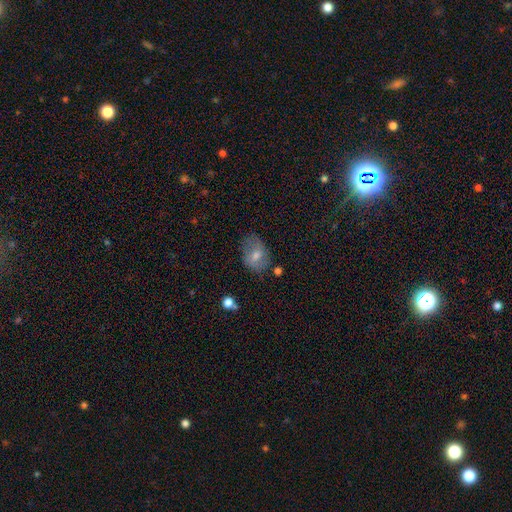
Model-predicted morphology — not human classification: Smooth or featured: smooth — 54% (featured or disk — 34%)
How rounded: in between — 72% (round — 27%)
Merging: none — 63% (minor disturbance — 25%)